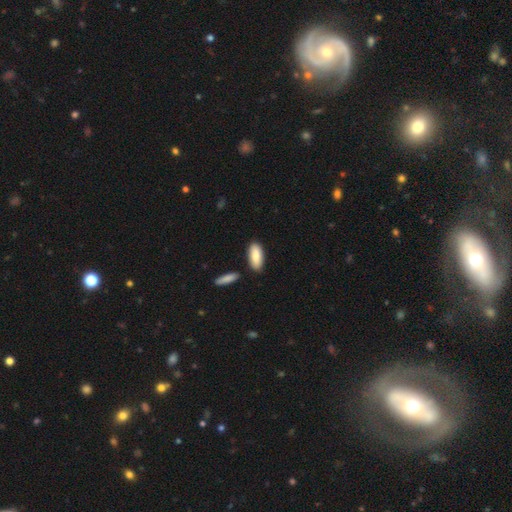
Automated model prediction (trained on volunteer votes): A smooth galaxy with no disk features (86%) that is in between round and cigar-shaped (80%).

Vote fractions:
- Smooth or featured? smooth: 86% / featured or disk: 9% / star or artifact: 5%
- How rounded? in between: 80% / cigar-shaped: 18% / round: 2%
- Merging? none: 82% / minor disturbance: 10% / merger: 6% / major disturbance: 2%